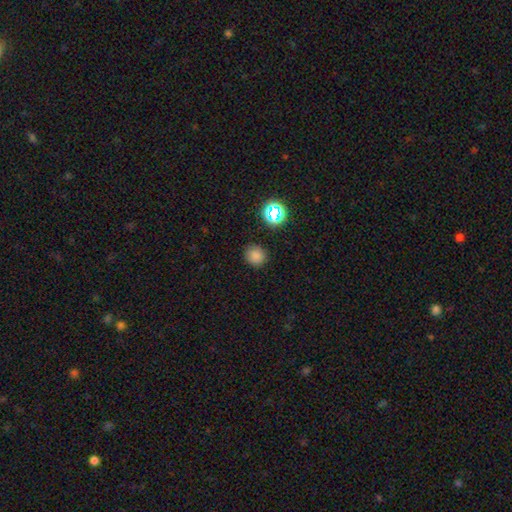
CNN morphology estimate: This is likely a smooth galaxy (78%). How rounded: clearly round (89%). Merging: clearly none (88%).